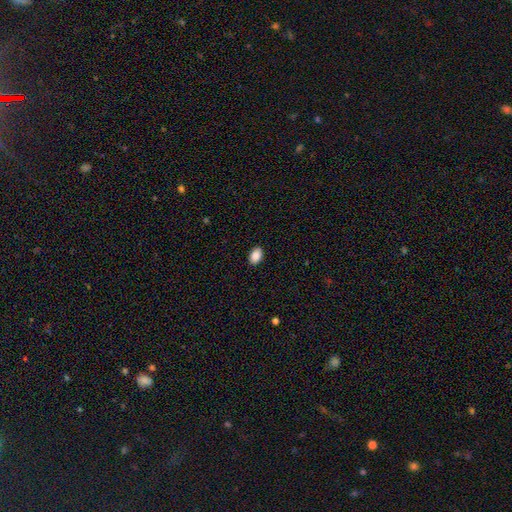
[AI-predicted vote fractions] Overall: smooth (90%). How rounded: in between (88%). Merging: none (90%).